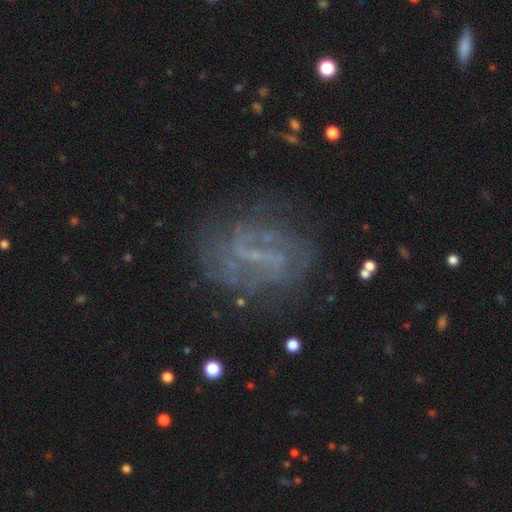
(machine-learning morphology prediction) Overall: featured or disk (77%). Edge-on disk: no (96%). Bar: weak (42%; strong 35%). Spiral arms: yes (78%). Spiral arm count: 2 (47%; can't tell 33%). Spiral winding: medium (37%; loose 32%). Bulge size: small (46%; none 45%). Merging: none (68%).